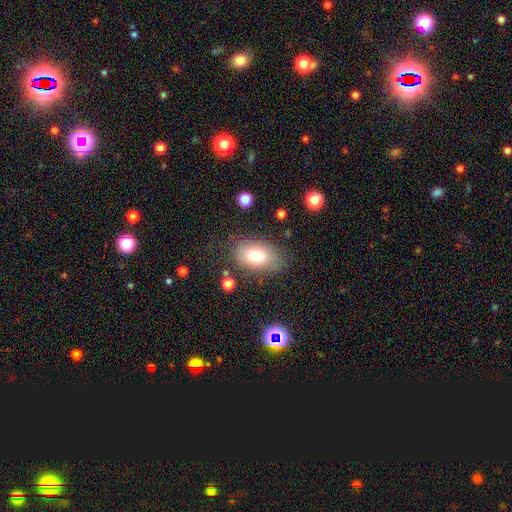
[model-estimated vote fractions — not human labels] Smooth or featured? Predicted: smooth (p=0.78). How rounded? Predicted: in between (p=0.88). Merging? Predicted: none (p=0.74).